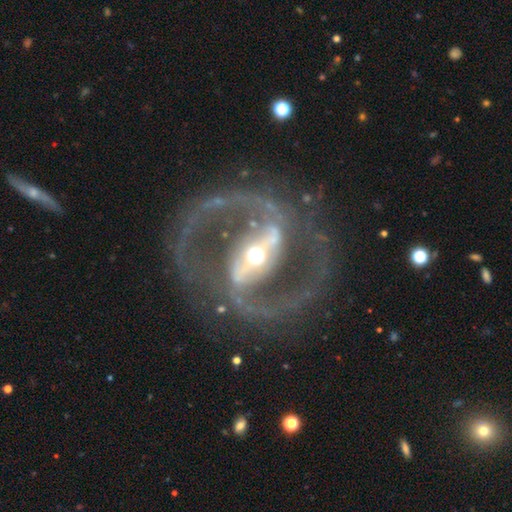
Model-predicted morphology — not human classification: smooth_or_featured: featured or disk (p=0.89) [alt: smooth p=0.05]
disk_edge_on: no (p=0.94) [alt: yes p=0.06]
bar: strong (p=0.71) [alt: weak p=0.18]
has_spiral_arms: yes (p=0.90) [alt: no p=0.10]
spiral_winding: medium (p=0.50) [alt: loose p=0.32]
spiral_arm_count: 2 (p=0.90) [alt: can't tell p=0.03]
bulge_size: moderate (p=0.66) [alt: small p=0.16]
merging: none (p=0.69) [alt: major disturbance p=0.15]